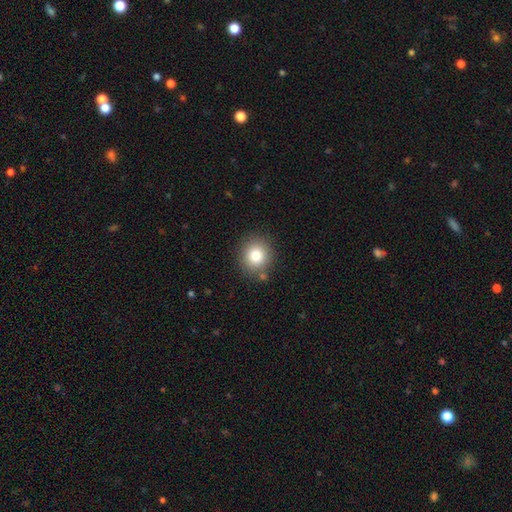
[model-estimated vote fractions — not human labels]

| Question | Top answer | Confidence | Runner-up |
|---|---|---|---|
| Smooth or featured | smooth | 81% | star or artifact (11%) |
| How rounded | round | 86% | in between (13%) |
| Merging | none | 85% | minor disturbance (9%) |